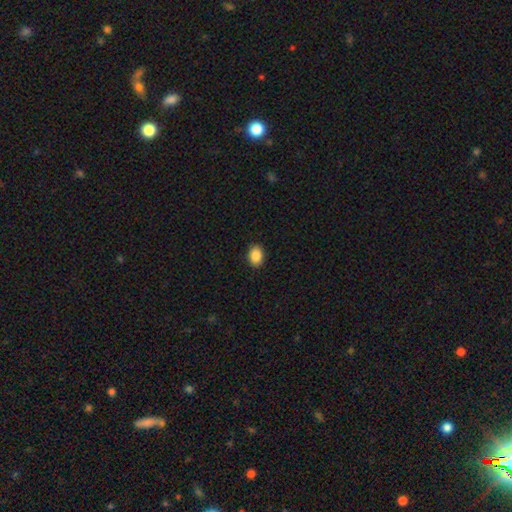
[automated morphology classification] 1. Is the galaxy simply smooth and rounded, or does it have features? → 88% smooth, 8% star or artifact, 4% featured or disk.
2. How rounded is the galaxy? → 75% in between, 24% round, 1% cigar-shaped.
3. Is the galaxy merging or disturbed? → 90% none, 7% minor disturbance, 2% major disturbance, 1% merger.